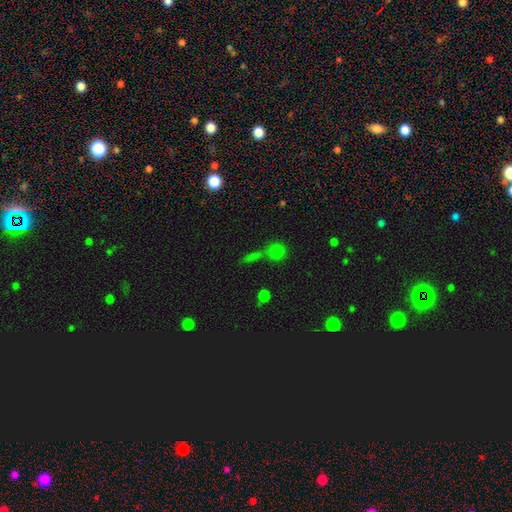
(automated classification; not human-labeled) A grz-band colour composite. It shows a smooth galaxy with no disk features (48%). Merging: none (62%).